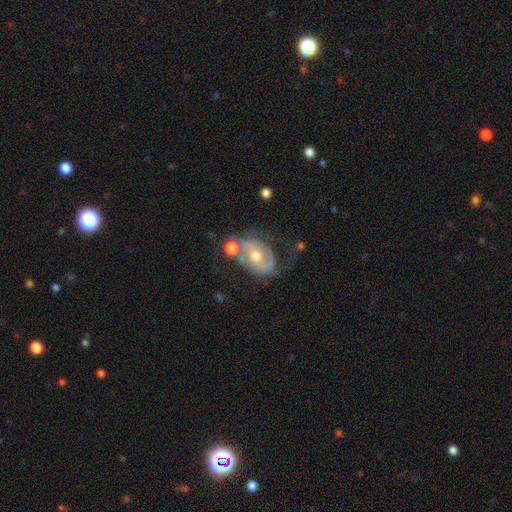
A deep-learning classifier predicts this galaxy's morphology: Smooth or featured?
  - featured or disk: 67% *
  - smooth: 25%
  - star or artifact: 8%
Edge-on disk?
  - no: 95% *
  - yes: 5%
Bar?
  - no: 59% *
  - weak: 28%
  - strong: 13%
Spiral arms?
  - yes: 62% *
  - no: 38%
Bulge size?
  - moderate: 70% *
  - small: 25%
  - large: 3%
  - none: 1%
  - dominant: 1%
Merging?
  - none: 42% *
  - minor disturbance: 23%
  - major disturbance: 18%
  - merger: 16%